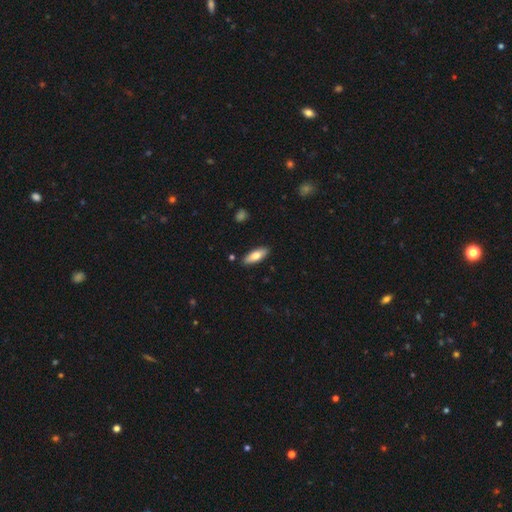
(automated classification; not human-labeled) smooth-or-featured: smooth: 76% | featured or disk: 18% | star or artifact: 6%
  how-rounded: in between: 61% | cigar-shaped: 37% | round: 2%
  merging: none: 88% | minor disturbance: 9% | major disturbance: 2% | merger: 2%